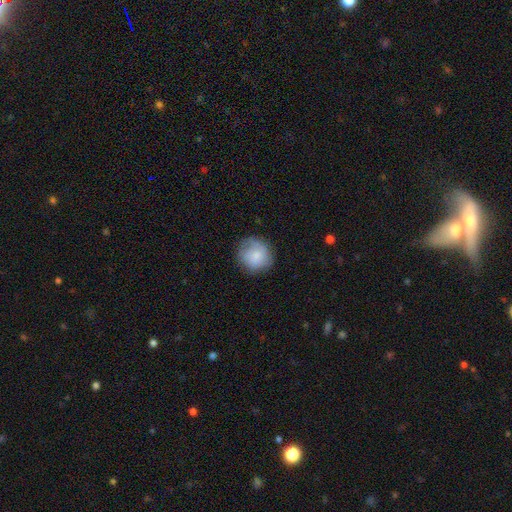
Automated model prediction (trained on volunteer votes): Q: Smooth or featured?
A: smooth (78%); runner-up: featured or disk (15%)
Q: How rounded?
A: round (88%); runner-up: in between (11%)
Q: Merging?
A: none (73%); runner-up: minor disturbance (20%)